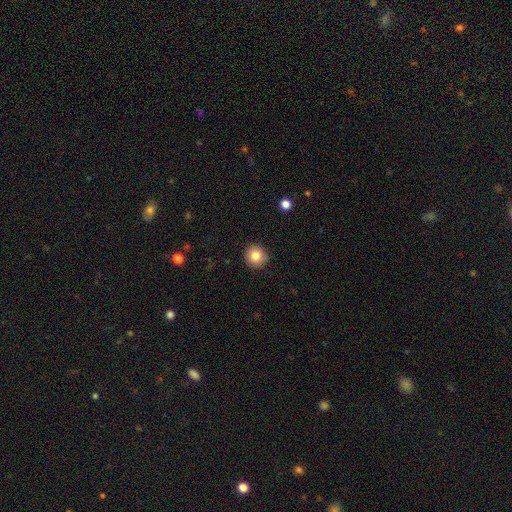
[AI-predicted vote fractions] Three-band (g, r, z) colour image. It shows a smooth galaxy with no disk features (82%) that is round (94%). Merging: none (92%).